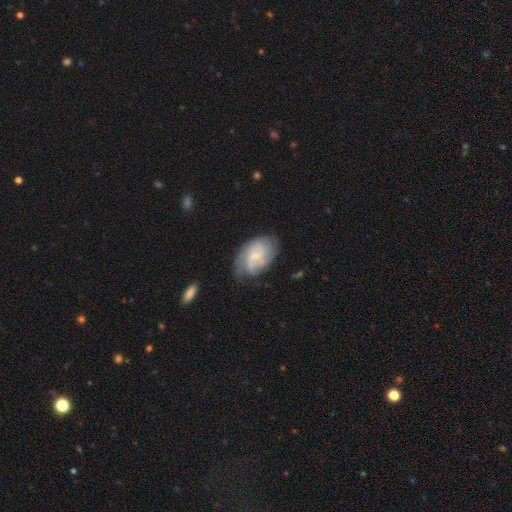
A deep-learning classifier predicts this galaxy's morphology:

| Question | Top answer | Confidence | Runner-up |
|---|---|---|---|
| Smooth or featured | featured or disk | 68% | smooth (26%) |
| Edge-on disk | no | 97% | yes (3%) |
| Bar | no | 53% | weak (41%) |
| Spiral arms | yes | 91% | no (9%) |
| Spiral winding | tight | 50% | medium (37%) |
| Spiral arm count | can't tell | 36% | 2 (32%) |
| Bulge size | small | 58% | moderate (25%) |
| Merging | none | 63% | minor disturbance (25%) |